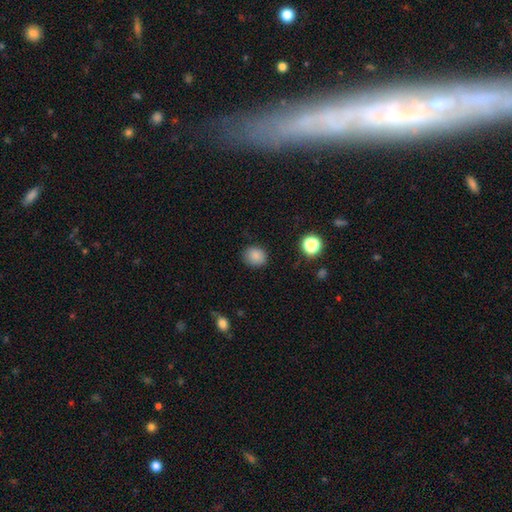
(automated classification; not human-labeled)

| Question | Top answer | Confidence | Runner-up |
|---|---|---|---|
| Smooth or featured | smooth | 85% | star or artifact (11%) |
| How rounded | round | 72% | in between (27%) |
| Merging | none | 86% | minor disturbance (10%) |